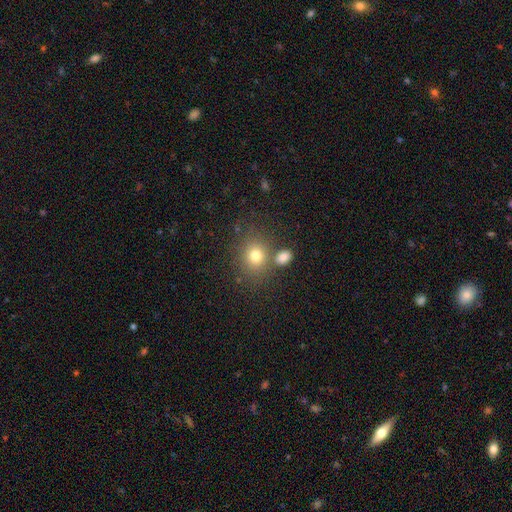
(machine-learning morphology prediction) This is likely a smooth galaxy (77%). How rounded: likely round (68%). Merging: likely none (69%).